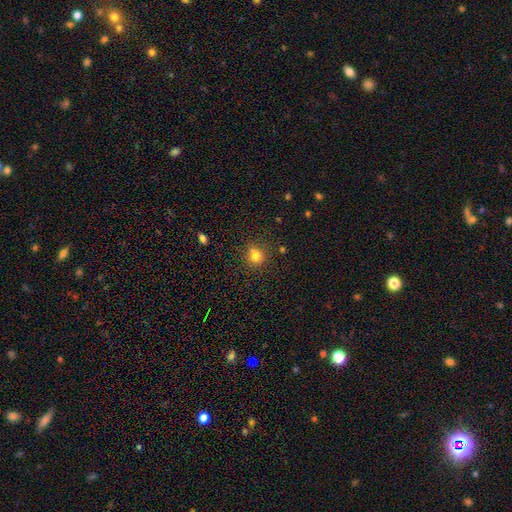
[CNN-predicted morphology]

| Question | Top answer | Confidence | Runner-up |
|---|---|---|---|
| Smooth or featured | smooth | 77% | star or artifact (15%) |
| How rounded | round | 84% | in between (15%) |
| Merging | none | 66% | merger (17%) |